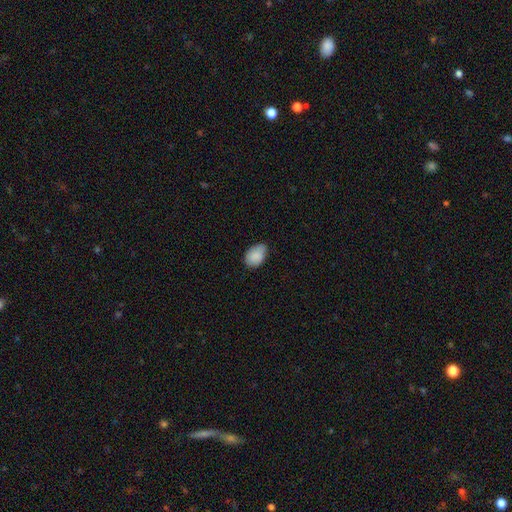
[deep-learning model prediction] Overall: smooth (88%). How rounded: in between (85%). Merging: none (68%).